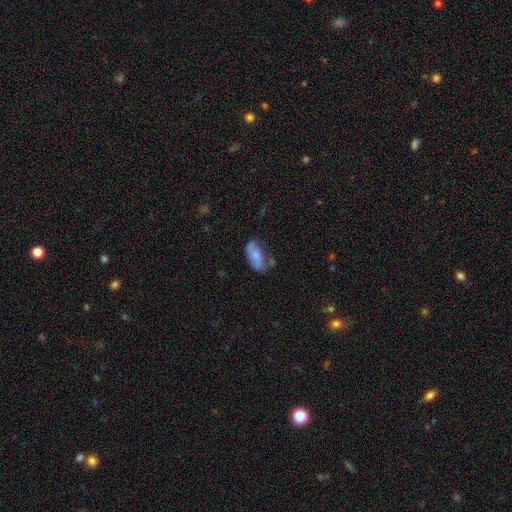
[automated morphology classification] smooth 65%, featured or disk 28%, star or artifact 7%. Down the decision tree: how rounded — in between (85%); merging — none (50%).